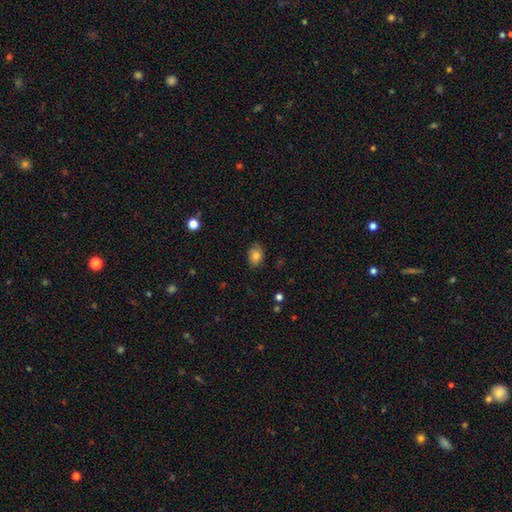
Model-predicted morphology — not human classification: Q: Smooth or featured?
A: smooth (79%); runner-up: featured or disk (12%)
Q: How rounded?
A: in between (73%); runner-up: round (26%)
Q: Merging?
A: none (76%); runner-up: minor disturbance (19%)